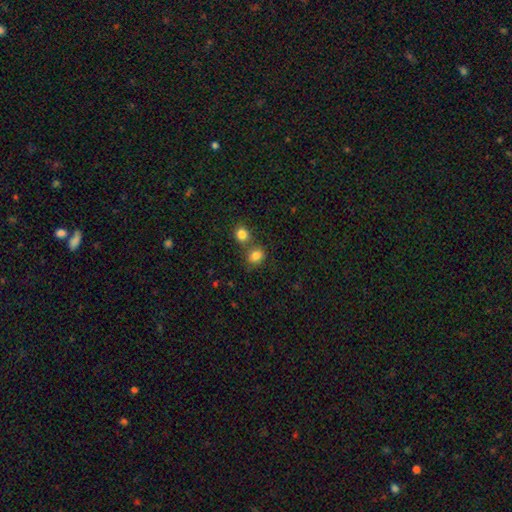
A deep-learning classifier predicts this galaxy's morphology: A smooth galaxy with no disk features (83%) that is round (62%). Merging: none (58%).